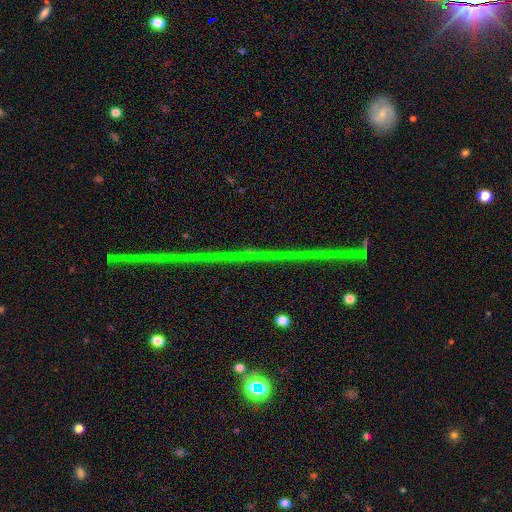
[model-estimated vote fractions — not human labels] A star or artifact, not a galaxy (79%).

Vote fractions:
- Smooth or featured? star or artifact: 79% / featured or disk: 15% / smooth: 7%